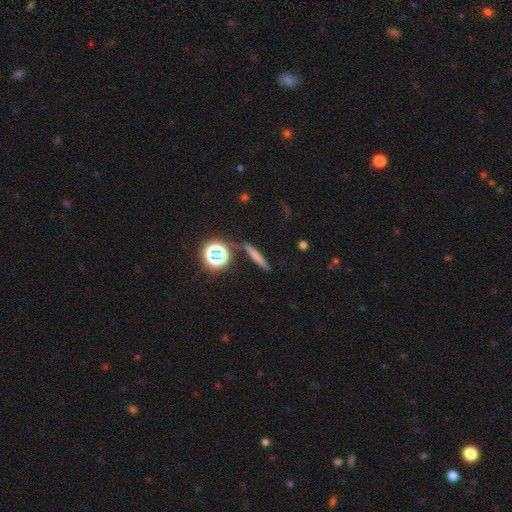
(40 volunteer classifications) Overall: smooth (75%). How rounded: cigar-shaped (93%). Merging: none (89%).